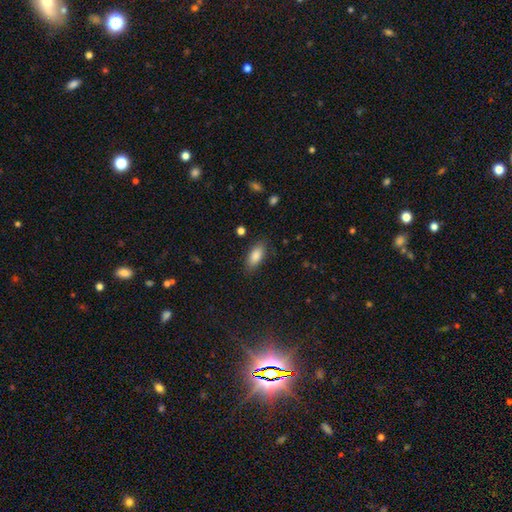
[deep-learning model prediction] smooth 86%, star or artifact 7%, featured or disk 7%. Down the decision tree: how rounded — in between (87%); merging — none (84%).